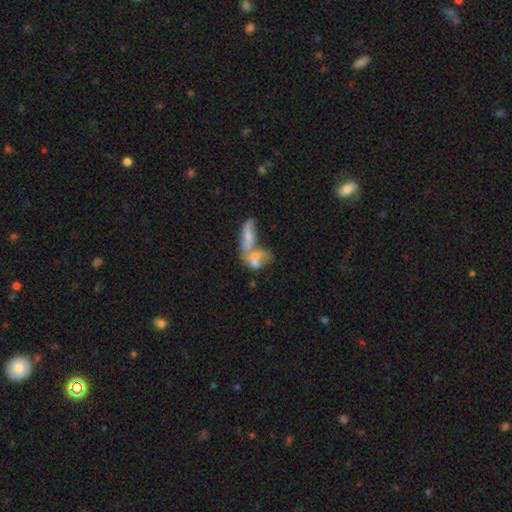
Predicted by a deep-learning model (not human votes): Smooth or featured? Predicted: smooth (p=0.49). Merging? Predicted: merger (p=0.70).